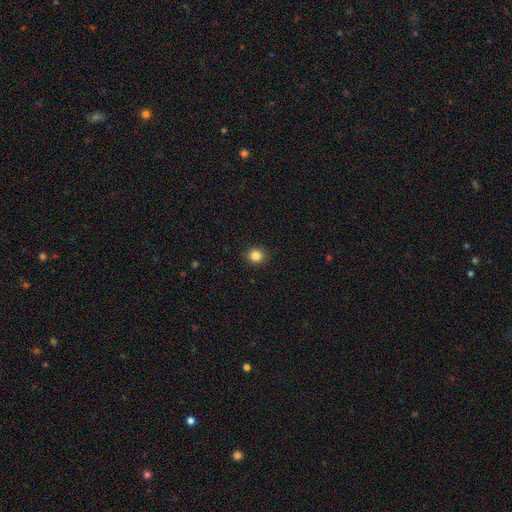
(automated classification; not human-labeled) Smooth or featured? Predicted: smooth (p=0.85). How rounded? Predicted: round (p=0.83). Merging? Predicted: none (p=0.91).